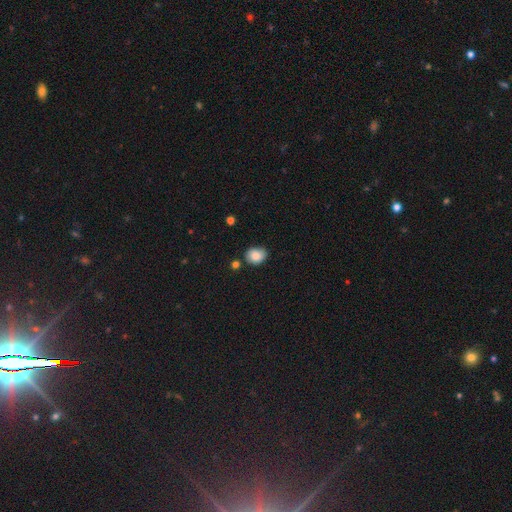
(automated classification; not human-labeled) smooth-or-featured: smooth: 84% | star or artifact: 8% | featured or disk: 8%
  how-rounded: round: 54% | in between: 45% | cigar-shaped: 1%
  merging: none: 69% | minor disturbance: 20% | merger: 6% | major disturbance: 4%